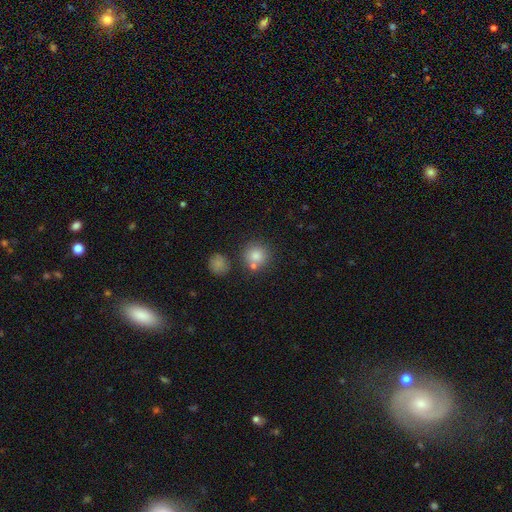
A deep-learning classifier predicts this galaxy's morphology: Smooth or featured?
  - smooth: 81% *
  - star or artifact: 12%
  - featured or disk: 7%
How rounded?
  - round: 91% *
  - in between: 8%
  - cigar-shaped: 1%
Merging?
  - none: 69% *
  - merger: 18%
  - minor disturbance: 9%
  - major disturbance: 3%